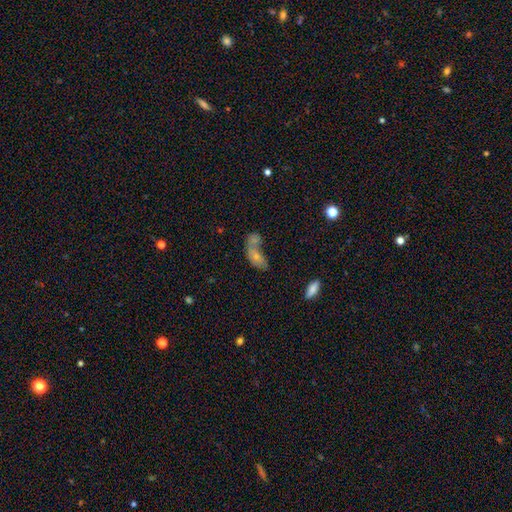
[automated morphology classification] A smooth galaxy with no disk features (67%) that is in between round and cigar-shaped (86%). Merging: merger (61%).